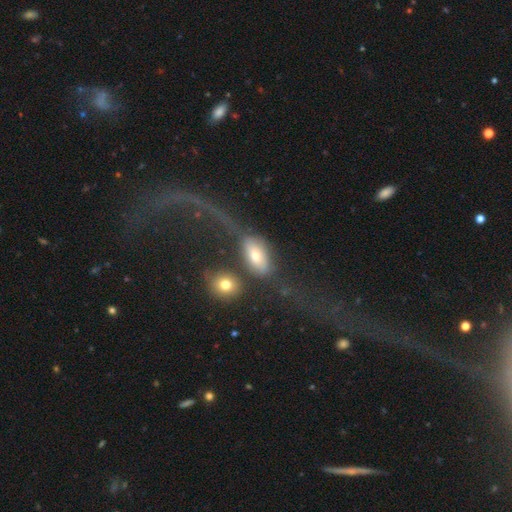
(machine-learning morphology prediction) Q: Smooth or featured?
A: smooth (59%); runner-up: featured or disk (31%)
Q: How rounded?
A: in between (84%); runner-up: round (9%)
Q: Merging?
A: none (33%); runner-up: major disturbance (31%)